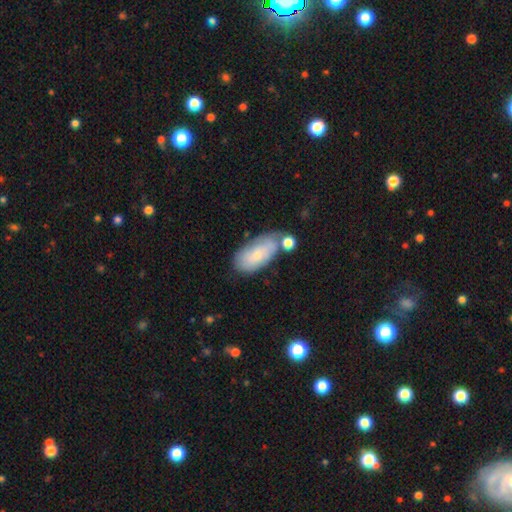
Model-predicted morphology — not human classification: A smooth galaxy with no disk features (67%) that is in between round and cigar-shaped (92%). Merging: none (54%).